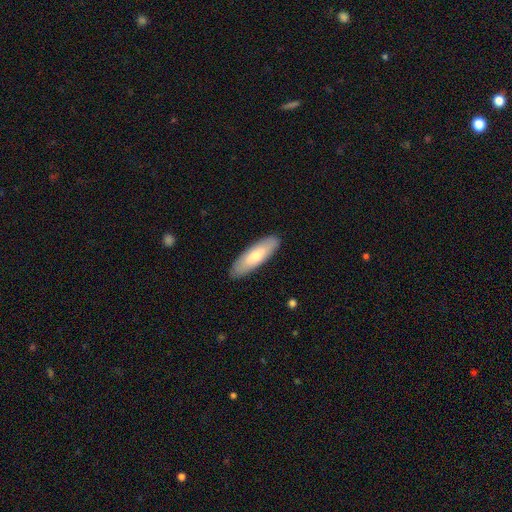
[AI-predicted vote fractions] smooth 72%, featured or disk 23%, star or artifact 5%. Down the decision tree: how rounded — cigar-shaped (49%, tied with in between); merging — none (89%).